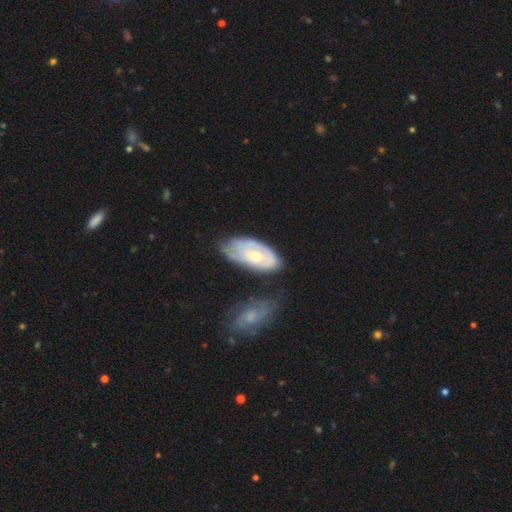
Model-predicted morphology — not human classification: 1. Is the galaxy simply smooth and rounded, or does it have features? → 61% featured or disk, 34% smooth, 5% star or artifact.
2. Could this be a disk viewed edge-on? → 91% no, 9% yes.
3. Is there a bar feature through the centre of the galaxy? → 80% no, 17% weak, 3% strong.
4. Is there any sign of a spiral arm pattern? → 64% yes, 36% no.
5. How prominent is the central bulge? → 57% moderate, 39% small, 3% large, 1% none, 1% dominant.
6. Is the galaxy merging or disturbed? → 50% none, 31% minor disturbance, 11% major disturbance, 8% merger.